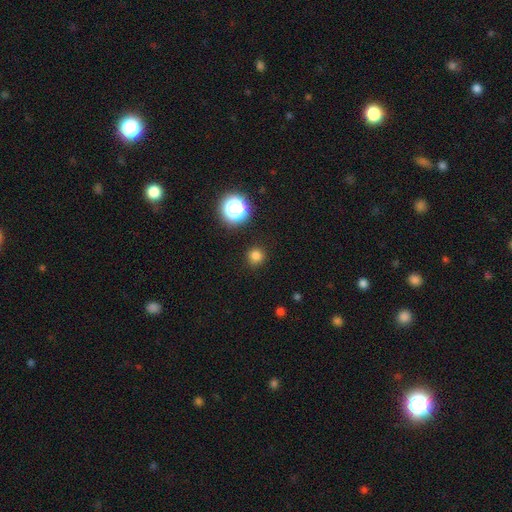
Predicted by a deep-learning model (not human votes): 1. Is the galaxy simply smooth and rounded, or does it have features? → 79% smooth, 17% star or artifact, 4% featured or disk.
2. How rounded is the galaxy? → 94% round, 5% in between, 1% cigar-shaped.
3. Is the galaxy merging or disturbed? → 90% none, 6% minor disturbance, 2% major disturbance, 1% merger.